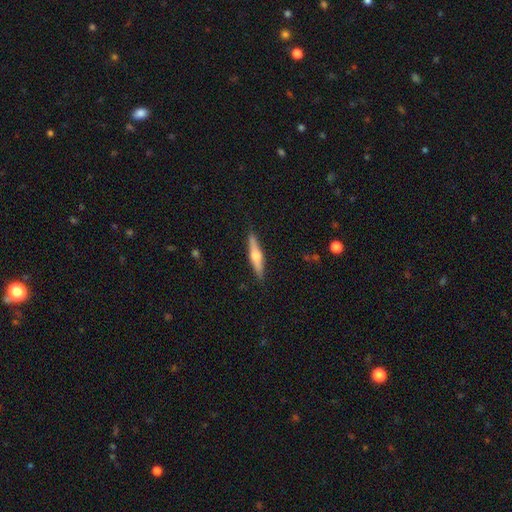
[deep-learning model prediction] A featured or disk galaxy (55%) viewed edge-on (96%) with a rounded central bulge (85%). Merging: none (88%).